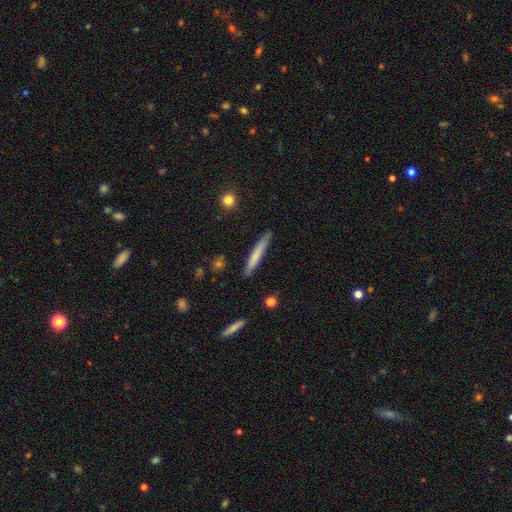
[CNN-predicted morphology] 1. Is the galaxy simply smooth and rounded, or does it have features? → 66% smooth, 28% featured or disk, 6% star or artifact.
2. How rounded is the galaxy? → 95% cigar-shaped, 3% in between, 1% round.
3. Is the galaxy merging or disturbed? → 85% none, 12% minor disturbance, 2% major disturbance, 2% merger.